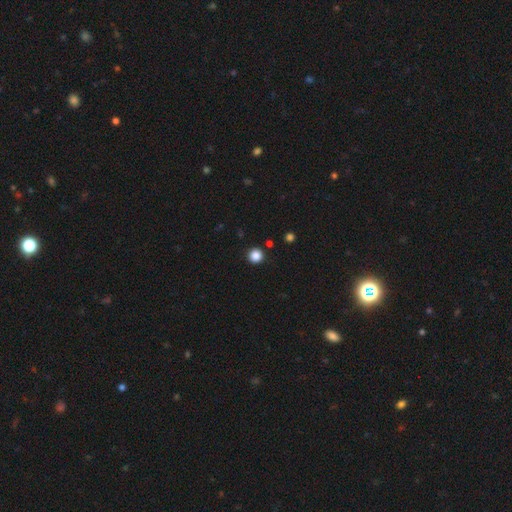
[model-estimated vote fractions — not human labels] Smooth or featured? smooth (86%)
How rounded? round (95%)
Merging? none (92%)